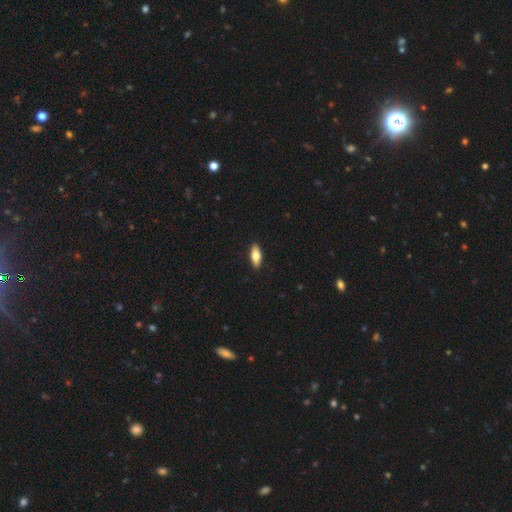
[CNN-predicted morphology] smooth 76%, featured or disk 18%, star or artifact 6%. Down the decision tree: how rounded — in between (76%); merging — none (90%).